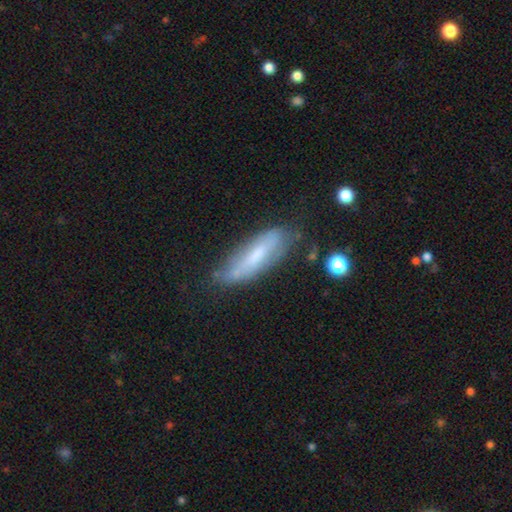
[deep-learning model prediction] A smooth galaxy with no disk features (49%). Merging: none (59%).